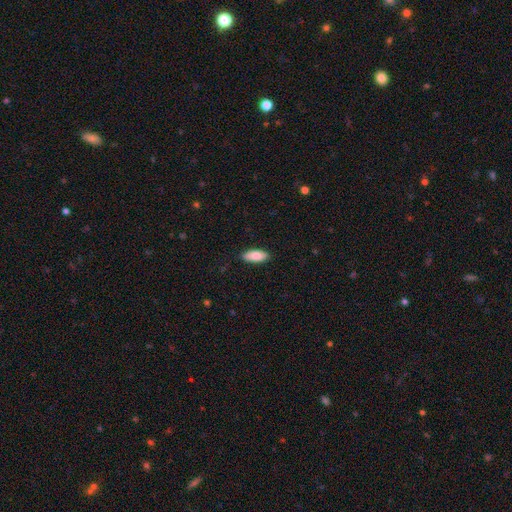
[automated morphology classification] The model was most divided on "how rounded": in between: 85%, cigar-shaped: 14%, round: 2%. More confident: merging — none (87%); smooth or featured — smooth (86%).